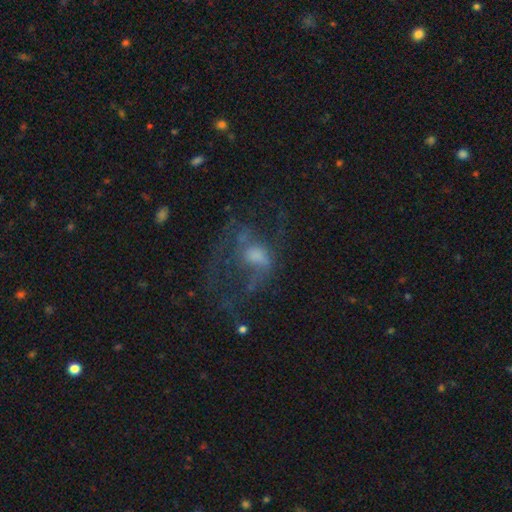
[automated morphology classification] smooth_or_featured: featured or disk (p=0.56) [alt: smooth p=0.28]
disk_edge_on: no (p=0.96) [alt: yes p=0.04]
bar: no (p=0.70) [alt: weak p=0.24]
has_spiral_arms: no (p=0.55) [alt: yes p=0.45]
bulge_size: moderate (p=0.43) [alt: small p=0.27]
merging: major disturbance (p=0.49) [alt: none p=0.32]